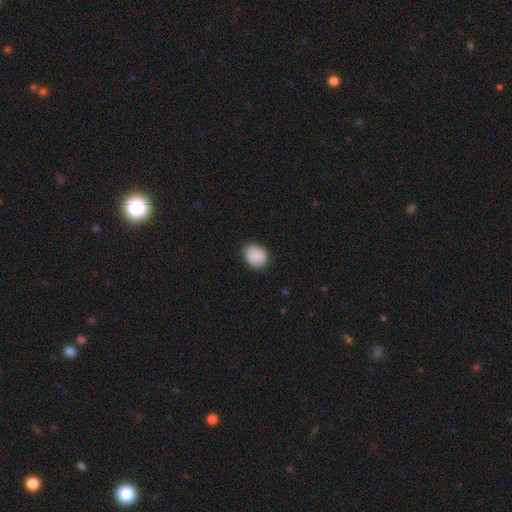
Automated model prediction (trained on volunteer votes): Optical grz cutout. It shows a smooth galaxy with no disk features (88%) that is round (59%). Merging: none (84%).